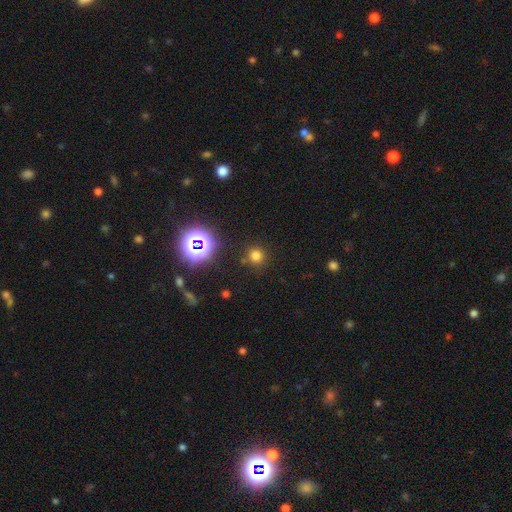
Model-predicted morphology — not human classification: smooth 69%, star or artifact 25%, featured or disk 5%. Down the decision tree: how rounded — round (93%); merging — none (85%).